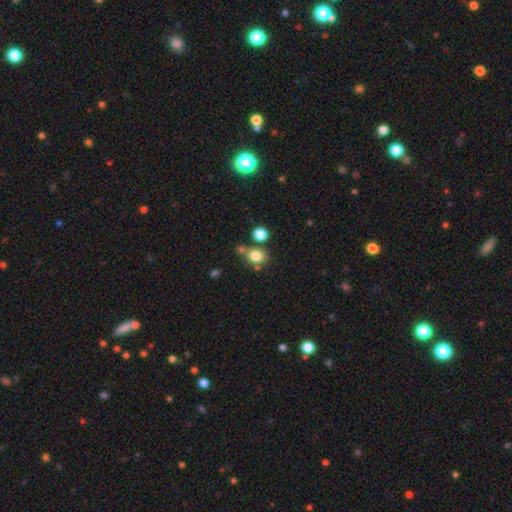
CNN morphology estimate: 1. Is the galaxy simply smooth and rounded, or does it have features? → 79% smooth, 12% star or artifact, 8% featured or disk.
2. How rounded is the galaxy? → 67% round, 32% in between, 1% cigar-shaped.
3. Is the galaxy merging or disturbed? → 62% none, 20% merger, 13% minor disturbance, 5% major disturbance.